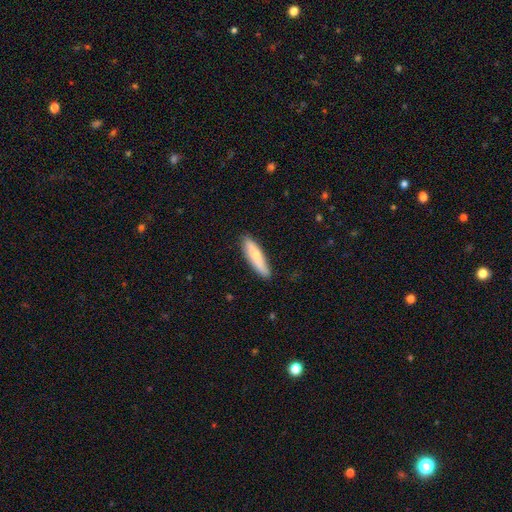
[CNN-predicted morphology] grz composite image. It shows a smooth galaxy with no disk features (74%) that is cigar-shaped (76%). Merging: none (85%).